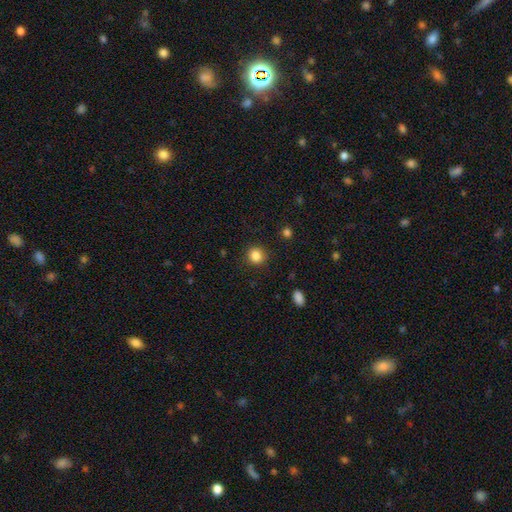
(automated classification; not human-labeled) A smooth galaxy with no disk features (86%) that is round (88%). Merging: none (89%).